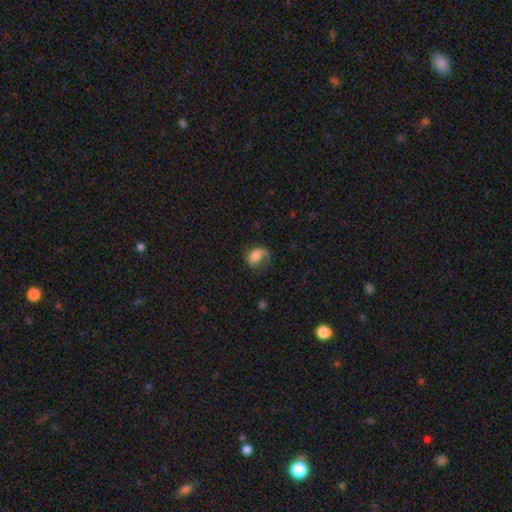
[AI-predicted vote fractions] Morphology: type=smooth (48%); merging=none (41%).